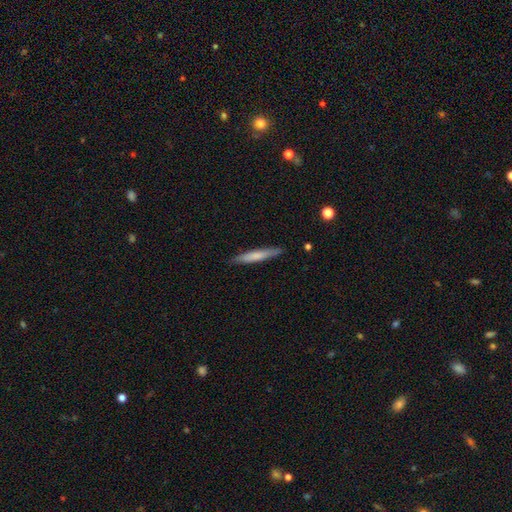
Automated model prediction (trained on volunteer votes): Smooth or featured? smooth (67%)
How rounded? cigar-shaped (94%)
Merging? none (89%)